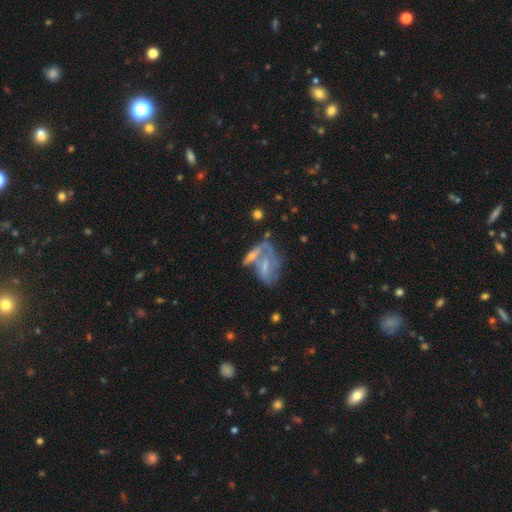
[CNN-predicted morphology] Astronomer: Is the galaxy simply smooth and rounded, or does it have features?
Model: featured or disk — 59%.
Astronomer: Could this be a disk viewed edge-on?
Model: no — 86%.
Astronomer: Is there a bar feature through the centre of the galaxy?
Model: no — 52% (runner-up: weak, 34%).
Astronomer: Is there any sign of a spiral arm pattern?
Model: yes — 56% (runner-up: no, 44%).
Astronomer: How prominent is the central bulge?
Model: small — 49% (runner-up: moderate, 25%).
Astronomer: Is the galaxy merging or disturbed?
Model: merger — 43% (runner-up: none, 29%).